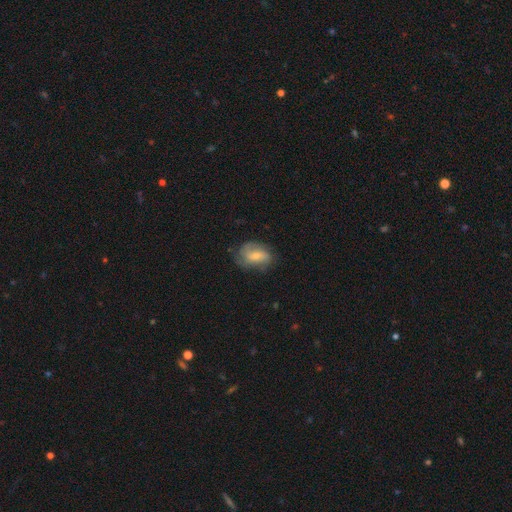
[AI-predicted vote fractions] This is possibly a featured or disk galaxy (48%). Merging: likely none (60%).